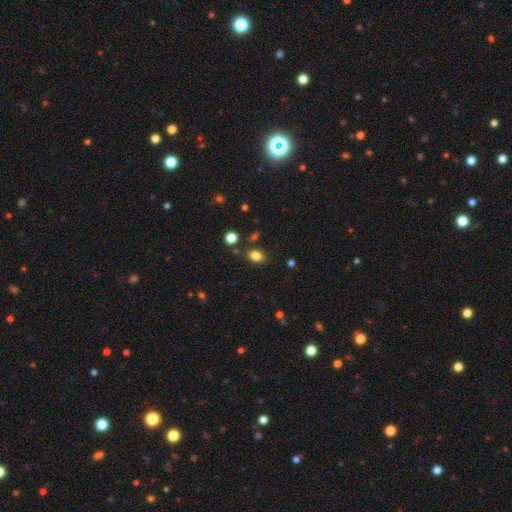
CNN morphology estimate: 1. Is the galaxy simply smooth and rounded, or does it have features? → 82% smooth, 11% star or artifact, 7% featured or disk.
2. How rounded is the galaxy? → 82% in between, 16% round, 2% cigar-shaped.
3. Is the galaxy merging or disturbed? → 80% none, 12% minor disturbance, 5% merger, 3% major disturbance.